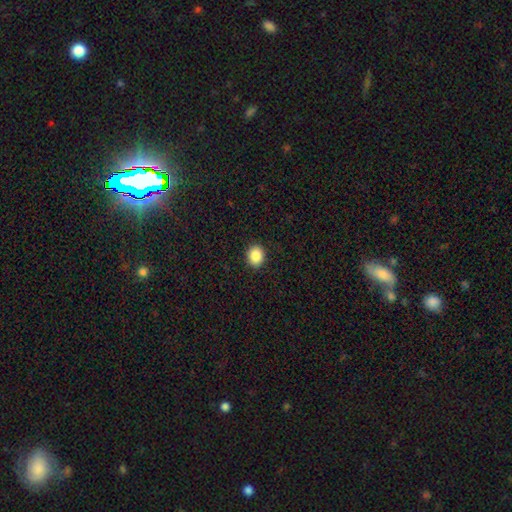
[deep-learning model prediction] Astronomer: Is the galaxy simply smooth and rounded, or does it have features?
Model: smooth — 87%.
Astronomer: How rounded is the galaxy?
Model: round — 59% (runner-up: in between, 40%).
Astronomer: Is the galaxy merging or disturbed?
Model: none — 91%.